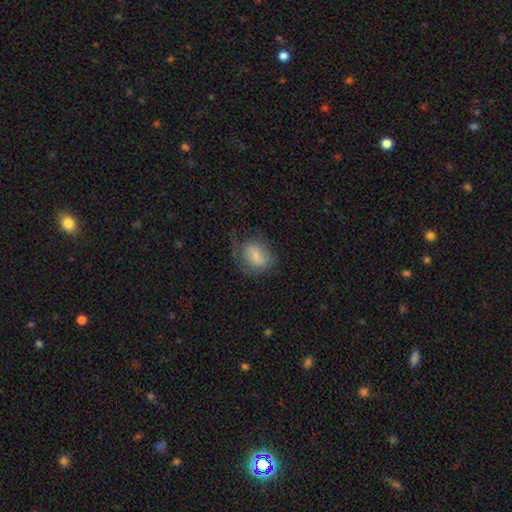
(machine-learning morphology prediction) A smooth galaxy with no disk features (71%) that is in between round and cigar-shaped (57%). Merging: none (50%).